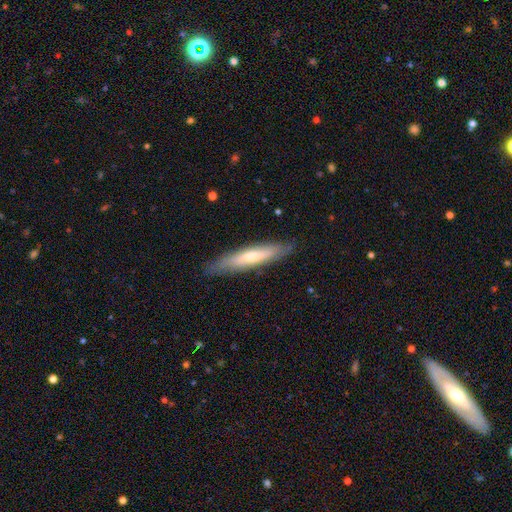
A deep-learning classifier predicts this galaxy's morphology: This is possibly a smooth galaxy (49%). Merging: clearly none (87%).